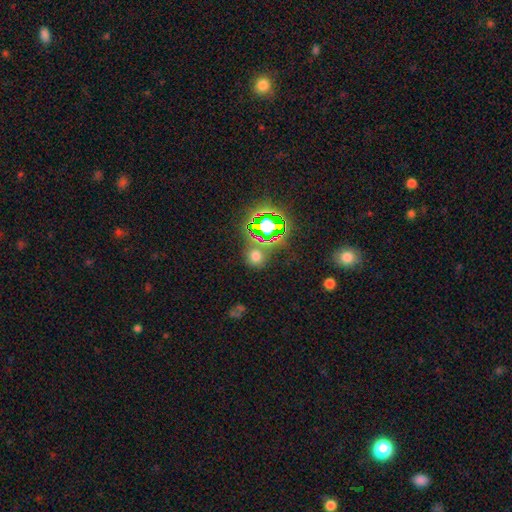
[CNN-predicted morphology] A smooth galaxy with no disk features (56%) that is round (81%).

Vote fractions:
- Smooth or featured? smooth: 56% / star or artifact: 37% / featured or disk: 7%
- How rounded? round: 81% / in between: 18% / cigar-shaped: 1%
- Merging? none: 75% / minor disturbance: 11% / merger: 9% / major disturbance: 5%